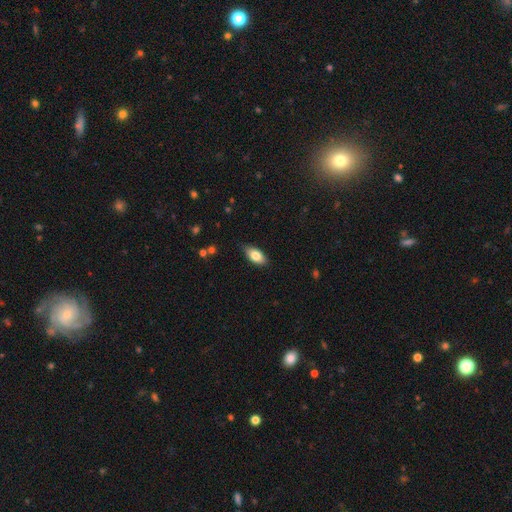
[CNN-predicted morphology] Overall: smooth (80%). How rounded: in between (90%). Merging: none (84%).